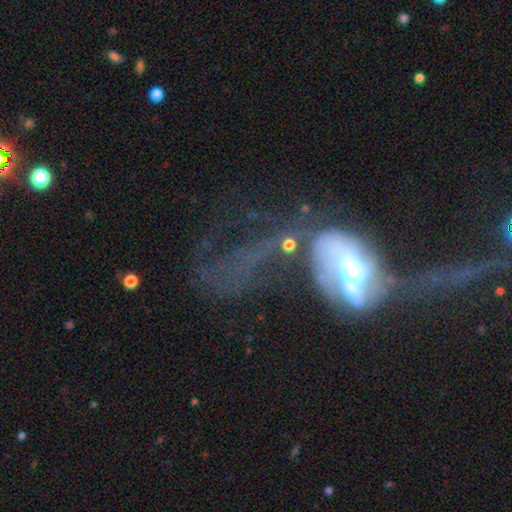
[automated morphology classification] A featured or disk galaxy (70%) with no bar (39%), spiral arms (58%) and a moderate central bulge (55%).

Vote fractions:
- Smooth or featured? featured or disk: 70% / smooth: 17% / star or artifact: 13%
- Edge-on disk? no: 89% / yes: 11%
- Bar? no: 39% / weak: 31% / strong: 30%
- Spiral arms? yes: 58% / no: 42%
- Bulge size? moderate: 55% / small: 23% / large: 13% / none: 5% / dominant: 4%
- Merging? major disturbance: 54% / merger: 21% / none: 17% / minor disturbance: 9%